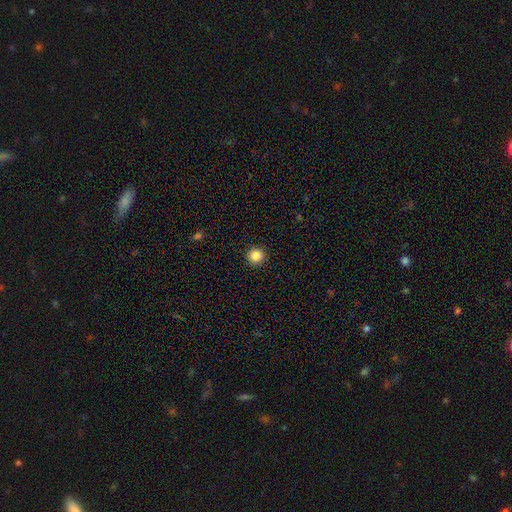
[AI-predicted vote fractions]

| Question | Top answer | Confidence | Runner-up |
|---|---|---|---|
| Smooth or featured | smooth | 86% | star or artifact (10%) |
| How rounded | round | 95% | in between (4%) |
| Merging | none | 93% | minor disturbance (4%) |